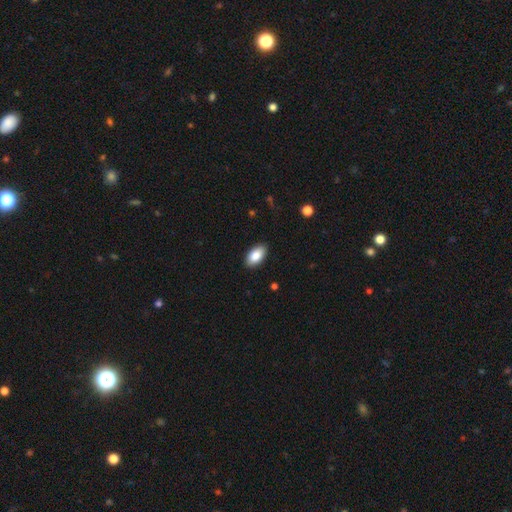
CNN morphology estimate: This appears to be a smooth galaxy with no disk features (87%) that is in between round and cigar-shaped (95%). Merging: none (89%).